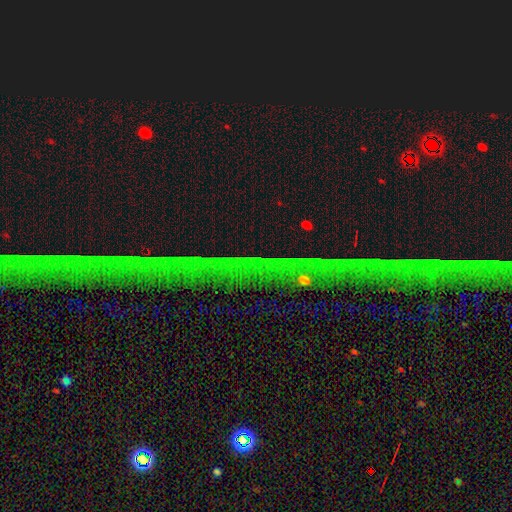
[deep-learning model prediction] The model was most divided on "smooth or featured": star or artifact: 84%, featured or disk: 9%, smooth: 7%.